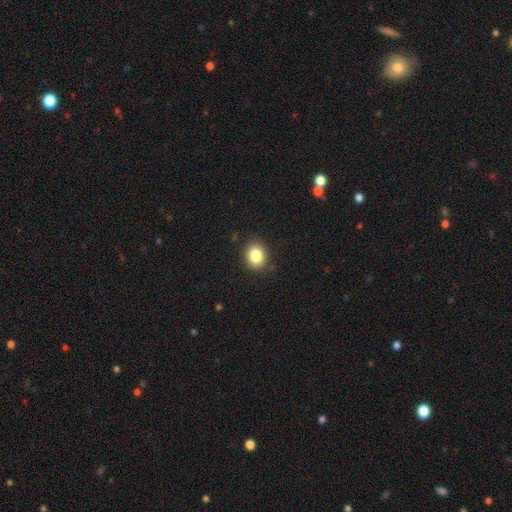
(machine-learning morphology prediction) This is clearly a smooth galaxy (84%). How rounded: likely round (61%). Merging: clearly none (87%).